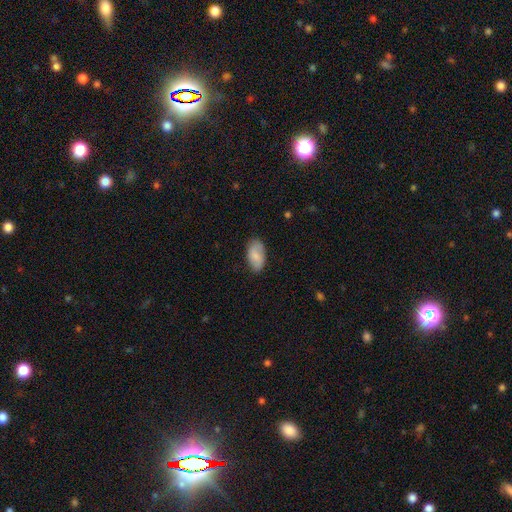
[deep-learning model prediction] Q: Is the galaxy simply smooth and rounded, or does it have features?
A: smooth — 78%.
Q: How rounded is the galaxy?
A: in between — 94%.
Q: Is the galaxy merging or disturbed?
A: none — 81%.